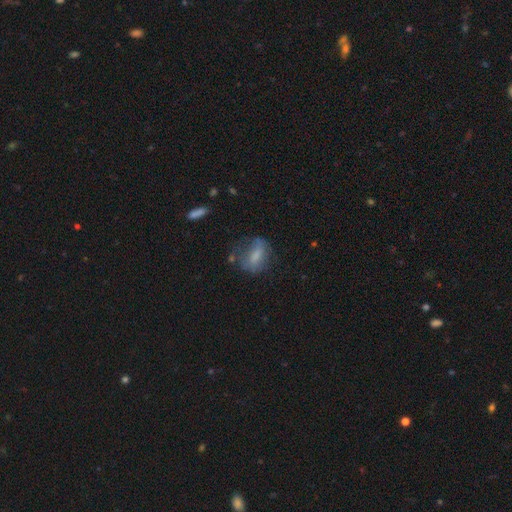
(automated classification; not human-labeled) A smooth galaxy with no disk features (63%) that is in between round and cigar-shaped (74%). Merging: none (46%).